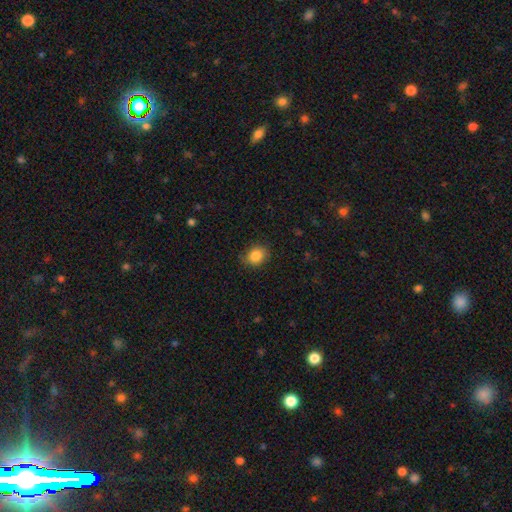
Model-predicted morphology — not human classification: Overall: smooth (86%). How rounded: round (55%; in between 44%). Merging: none (82%).